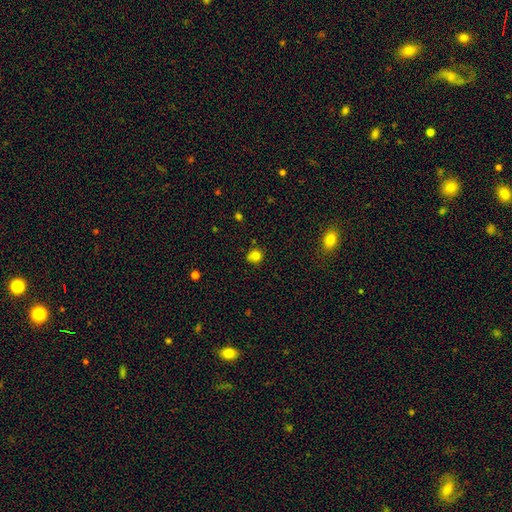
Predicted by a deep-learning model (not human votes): This is clearly a smooth galaxy (80%). How rounded: likely round (80%). Merging: likely none (74%).